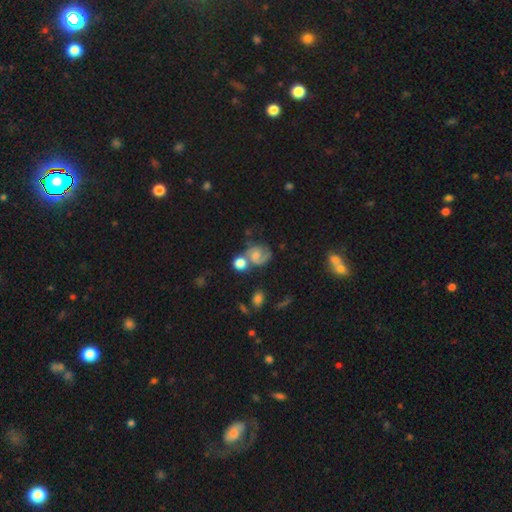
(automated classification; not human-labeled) A featured or disk galaxy (70%) with no bar (59%), 2 (76%) medium (49%) spiral arms (93%) and a moderate central bulge (39%, tied with small).

Vote fractions:
- Smooth or featured? featured or disk: 70% / smooth: 20% / star or artifact: 10%
- Edge-on disk? no: 98% / yes: 2%
- Bar? no: 59% / weak: 34% / strong: 6%
- Spiral arms? yes: 93% / no: 7%
- Spiral winding? medium: 49% / tight: 34% / loose: 17%
- Spiral arm count? 2: 76% / 1: 12% / can't tell: 7% / 3: 2% / 4: 1% / more than 4: 1%
- Bulge size? moderate: 39% (tied) / small: 39% (tied) / none: 13% / large: 7% / dominant: 2%
- Merging? none: 48% / merger: 23% / minor disturbance: 18% / major disturbance: 11%